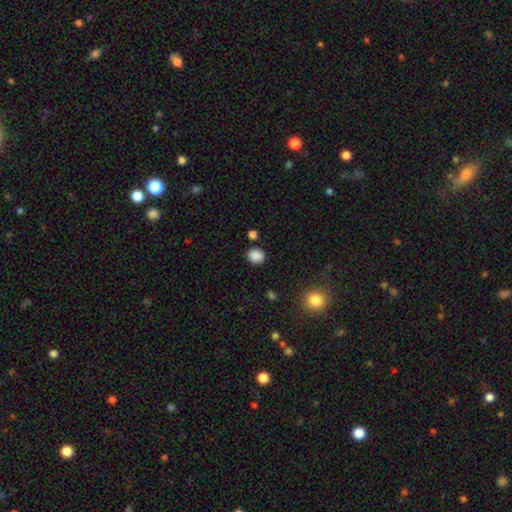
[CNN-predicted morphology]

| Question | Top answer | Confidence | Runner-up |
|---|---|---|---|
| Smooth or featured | smooth | 87% | star or artifact (10%) |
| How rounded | round | 64% | in between (35%) |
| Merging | none | 85% | minor disturbance (9%) |